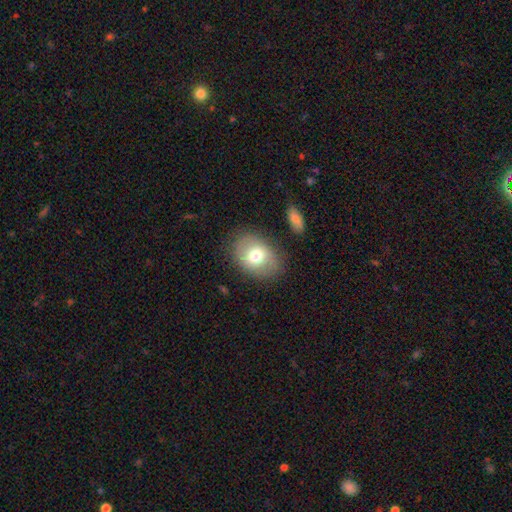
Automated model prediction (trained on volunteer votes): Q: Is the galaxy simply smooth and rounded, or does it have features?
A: smooth — 66%.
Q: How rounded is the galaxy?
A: in between — 70%.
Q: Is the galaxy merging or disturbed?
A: none — 77%.